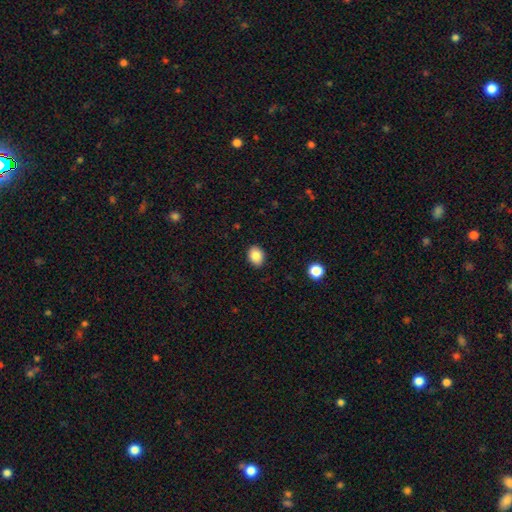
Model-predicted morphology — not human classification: A smooth galaxy with no disk features (86%) that is in between round and cigar-shaped (58%).

Vote fractions:
- Smooth or featured? smooth: 86% / star or artifact: 9% / featured or disk: 5%
- How rounded? in between: 58% / round: 41% / cigar-shaped: 1%
- Merging? none: 89% / minor disturbance: 8% / major disturbance: 2% / merger: 1%